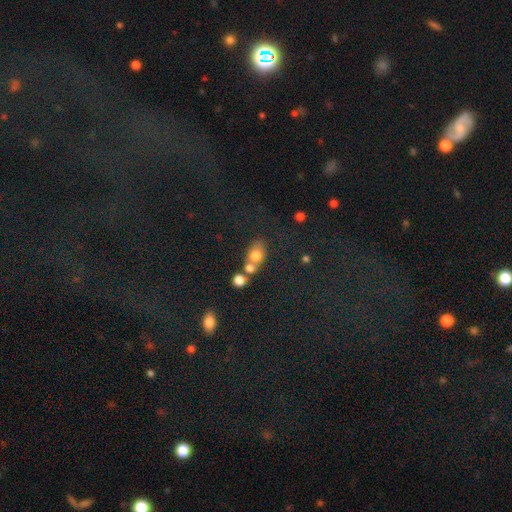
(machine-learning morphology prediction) A smooth galaxy with no disk features (72%) that is in between round and cigar-shaped (52%). Merging: merger (48%).